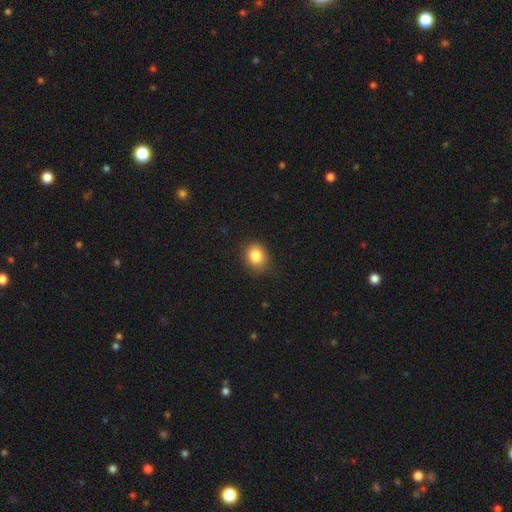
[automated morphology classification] Q: Smooth or featured?
A: smooth (85%); runner-up: star or artifact (10%)
Q: How rounded?
A: round (63%); runner-up: in between (36%)
Q: Merging?
A: none (80%); runner-up: minor disturbance (15%)